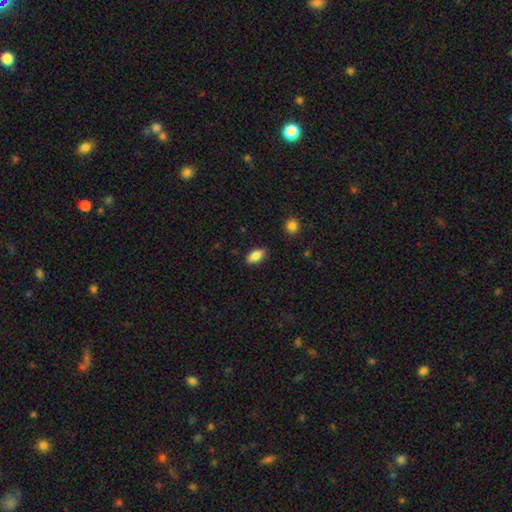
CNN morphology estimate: smooth 83%, featured or disk 10%, star or artifact 7%. Down the decision tree: how rounded — in between (88%); merging — none (86%).